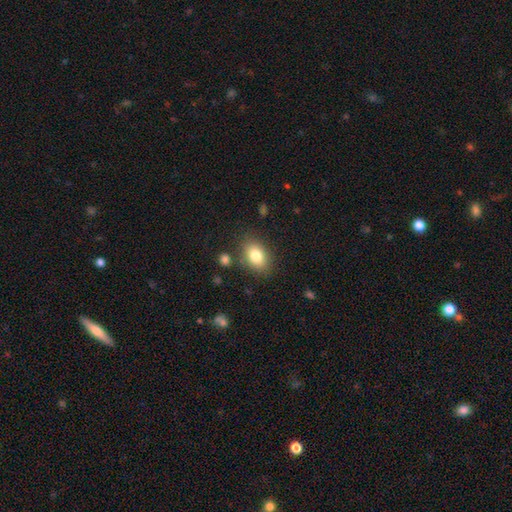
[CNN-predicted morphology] A smooth galaxy with no disk features (81%) that is in between round and cigar-shaped (82%).

Vote fractions:
- Smooth or featured? smooth: 81% / featured or disk: 10% / star or artifact: 9%
- How rounded? in between: 82% / round: 17% / cigar-shaped: 1%
- Merging? none: 81% / minor disturbance: 12% / major disturbance: 4% / merger: 3%